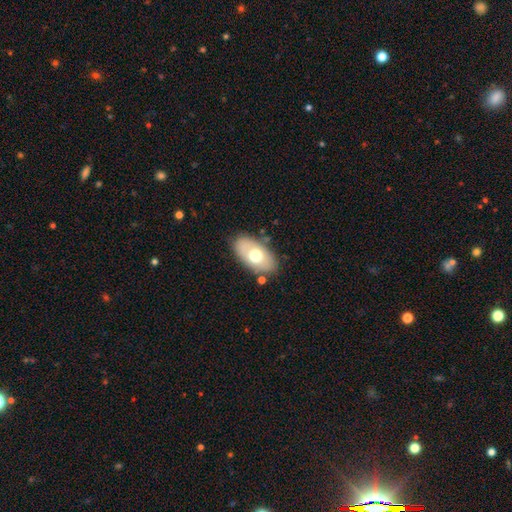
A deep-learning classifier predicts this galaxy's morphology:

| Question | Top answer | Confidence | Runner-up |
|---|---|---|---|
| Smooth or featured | smooth | 62% | featured or disk (31%) |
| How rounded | in between | 93% | round (5%) |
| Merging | none | 79% | minor disturbance (13%) |